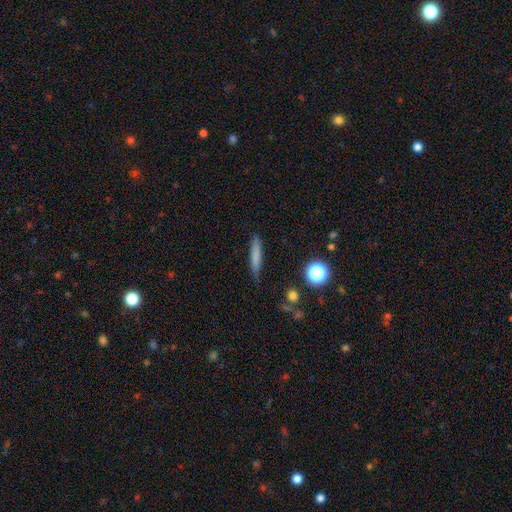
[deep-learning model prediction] smooth_or_featured: smooth (p=0.73) [alt: featured or disk p=0.18]
how_rounded: cigar-shaped (p=0.90) [alt: in between p=0.08]
merging: none (p=0.79) [alt: minor disturbance p=0.15]